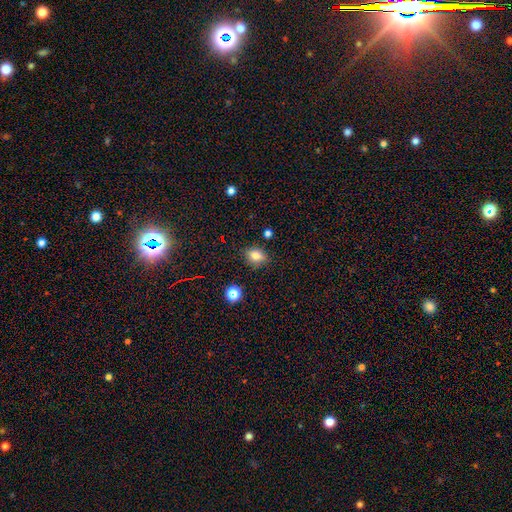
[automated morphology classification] Smooth or featured?
  - smooth: 76% *
  - star or artifact: 14%
  - featured or disk: 10%
How rounded?
  - in between: 52% *
  - round: 46%
  - cigar-shaped: 2%
Merging?
  - none: 81% *
  - minor disturbance: 13%
  - major disturbance: 3%
  - merger: 3%